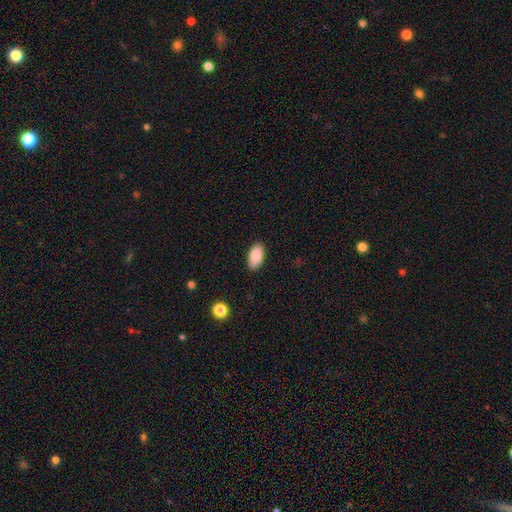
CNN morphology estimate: type=smooth (89%); roundness=in between (95%); merging=none (88%).